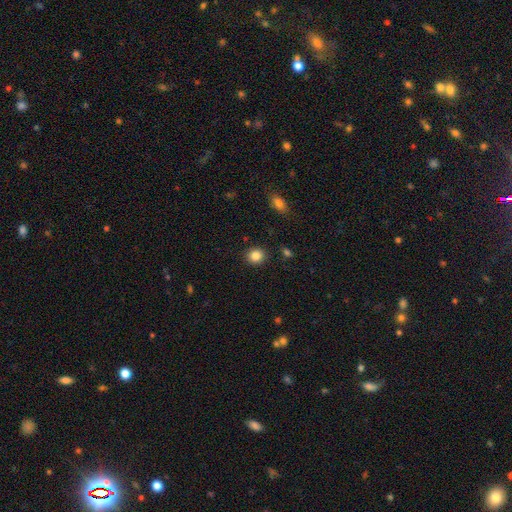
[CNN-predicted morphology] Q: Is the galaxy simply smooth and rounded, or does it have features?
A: smooth — 85%.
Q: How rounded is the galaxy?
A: round — 81%.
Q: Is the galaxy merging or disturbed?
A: none — 90%.